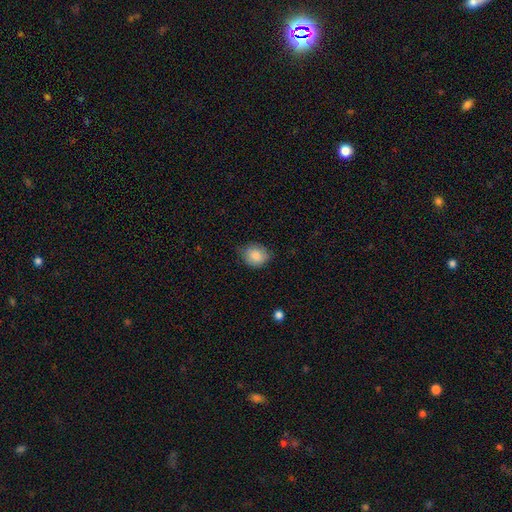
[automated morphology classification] The model was most divided on "how rounded": round: 56%, in between: 43%, cigar-shaped: 1%. More confident: smooth or featured — smooth (86%); merging — none (66%).